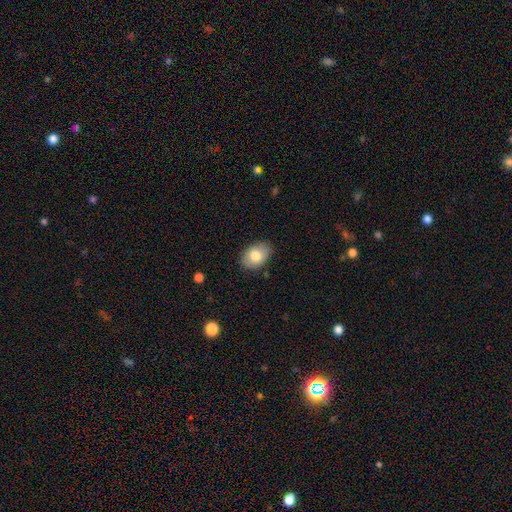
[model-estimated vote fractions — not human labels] smooth_or_featured: smooth (p=0.79) [alt: featured or disk p=0.14]
how_rounded: in between (p=0.84) [alt: round p=0.15]
merging: none (p=0.84) [alt: minor disturbance p=0.13]